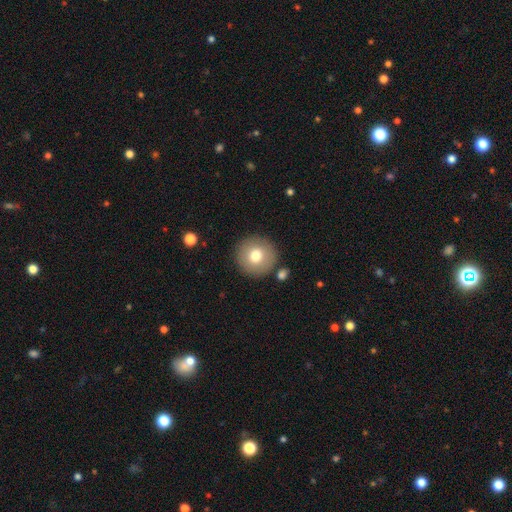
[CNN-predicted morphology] A smooth galaxy with no disk features (75%) that is round (95%).

Vote fractions:
- Smooth or featured? smooth: 75% / featured or disk: 16% / star or artifact: 9%
- How rounded? round: 95% / in between: 4% / cigar-shaped: 1%
- Merging? none: 87% / minor disturbance: 7% / merger: 3% / major disturbance: 3%